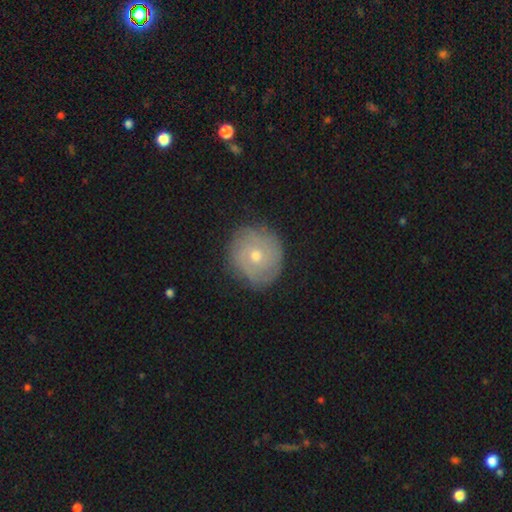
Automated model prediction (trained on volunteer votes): Smooth or featured?
  - featured or disk: 52% *
  - smooth: 39%
  - star or artifact: 8%
Edge-on disk?
  - no: 96% *
  - yes: 4%
Bar?
  - no: 85% *
  - weak: 13%
  - strong: 3%
Spiral arms?
  - yes: 64% *
  - no: 36%
Bulge size?
  - moderate: 55% *
  - small: 42%
  - large: 2%
  - none: 1%
  - dominant: 1%
Merging?
  - none: 80% *
  - minor disturbance: 14%
  - major disturbance: 4%
  - merger: 1%